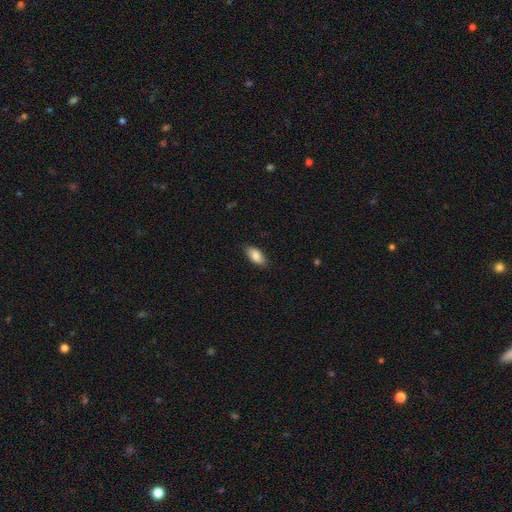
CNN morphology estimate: type=smooth (85%); roundness=in between (90%); merging=none (85%).